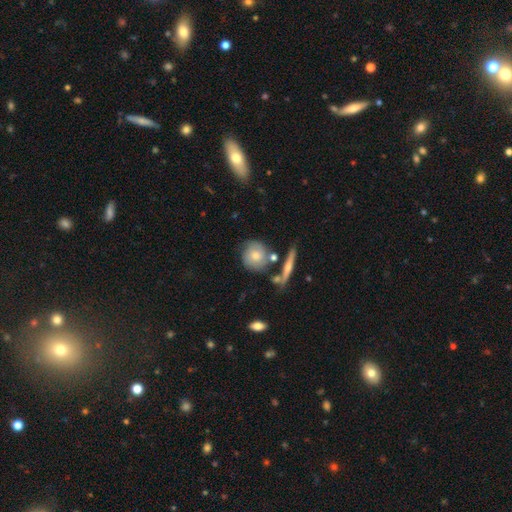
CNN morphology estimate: This is possibly a smooth galaxy (58%). How rounded: clearly round (84%). Merging: likely none (63%).